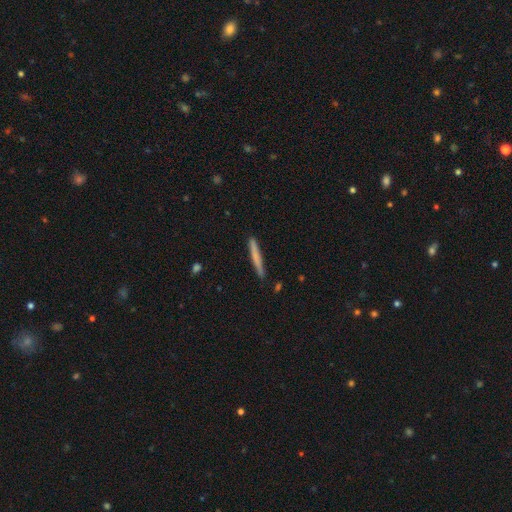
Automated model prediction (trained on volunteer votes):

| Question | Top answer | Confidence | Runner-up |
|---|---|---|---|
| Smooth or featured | smooth | 68% | featured or disk (27%) |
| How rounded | cigar-shaped | 97% | in between (2%) |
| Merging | none | 88% | minor disturbance (8%) |